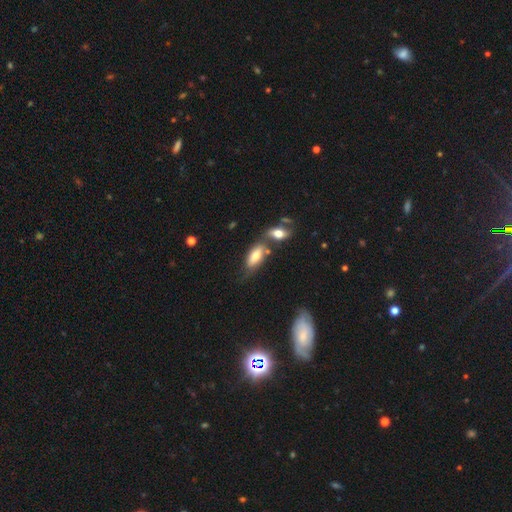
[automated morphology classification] The model was most divided on "merging": none: 45%, merger: 31%, minor disturbance: 18%, major disturbance: 7%. More confident: how rounded — in between (83%); smooth or featured — smooth (70%).